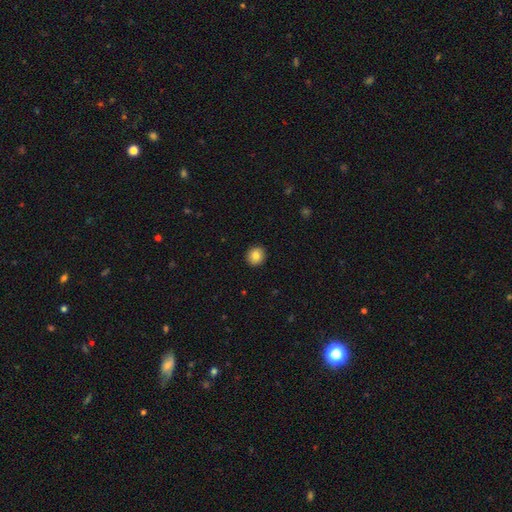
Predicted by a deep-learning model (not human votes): This is clearly a smooth galaxy (83%). How rounded: clearly round (89%). Merging: clearly none (93%).